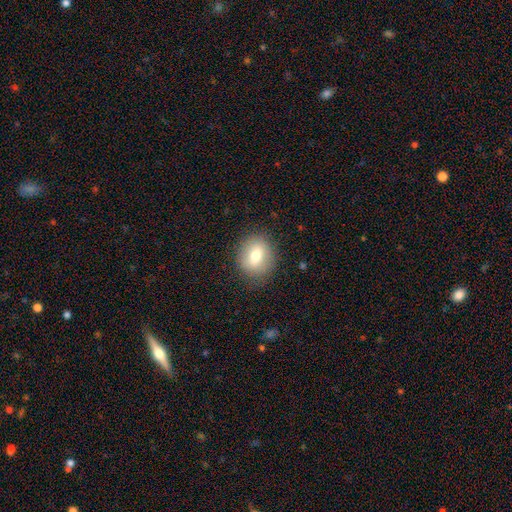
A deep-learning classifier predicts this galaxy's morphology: Smooth or featured? smooth (70%)
How rounded? round (74%)
Merging? none (84%)